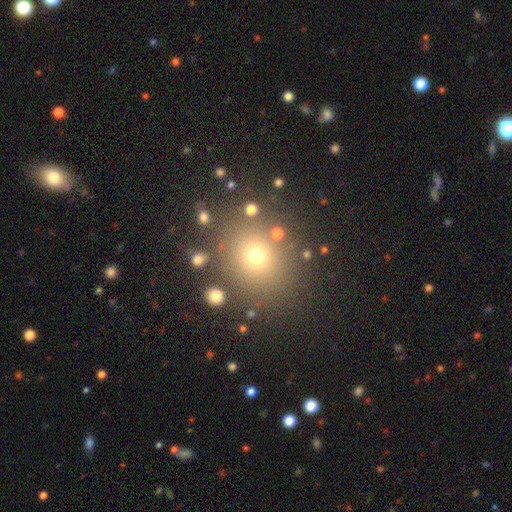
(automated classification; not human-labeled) Q: Smooth or featured?
A: smooth (68%); runner-up: star or artifact (22%)
Q: How rounded?
A: round (78%); runner-up: in between (21%)
Q: Merging?
A: none (82%); runner-up: minor disturbance (9%)